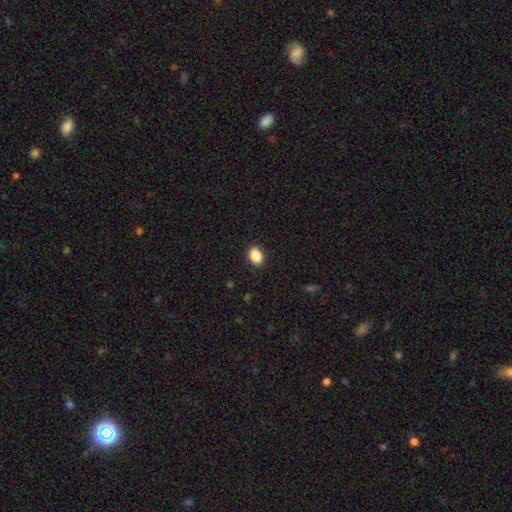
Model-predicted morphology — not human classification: Overall: smooth (88%). How rounded: in between (76%). Merging: none (90%).